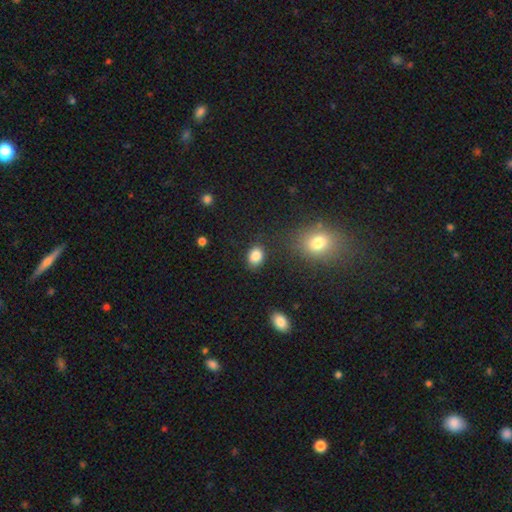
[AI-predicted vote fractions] The model was most divided on "how rounded": in between: 67%, round: 32%, cigar-shaped: 1%. More confident: smooth or featured — smooth (86%); merging — none (83%).